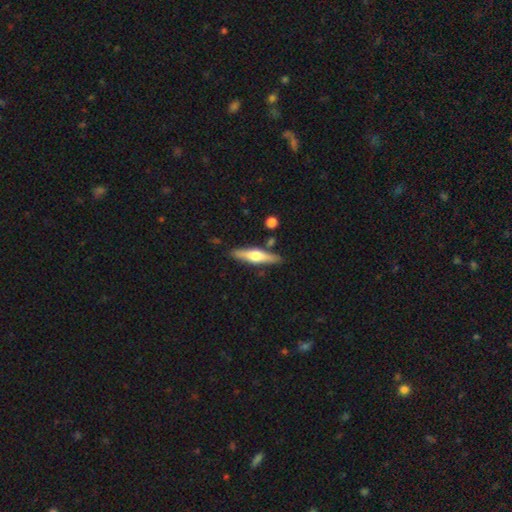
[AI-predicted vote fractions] Smooth or featured? Predicted: featured or disk (p=0.56). Edge-on disk? Predicted: yes (p=0.94). Edge-on bulge? Predicted: rounded (p=0.92). Merging? Predicted: none (p=0.85).